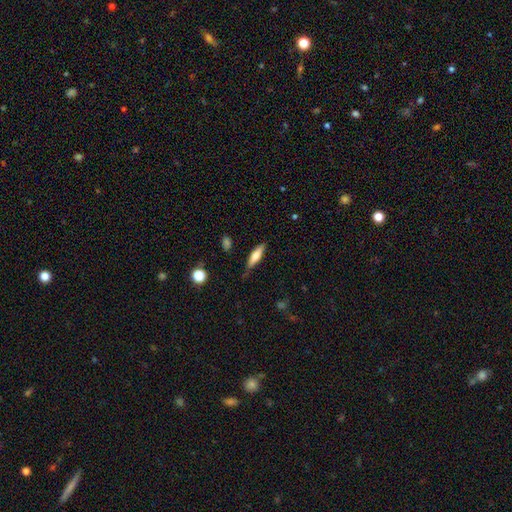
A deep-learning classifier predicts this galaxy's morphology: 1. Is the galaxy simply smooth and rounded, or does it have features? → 66% smooth, 28% featured or disk, 7% star or artifact.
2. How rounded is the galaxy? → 65% cigar-shaped, 33% in between, 2% round.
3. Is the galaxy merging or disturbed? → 75% none, 19% minor disturbance, 4% major disturbance, 2% merger.